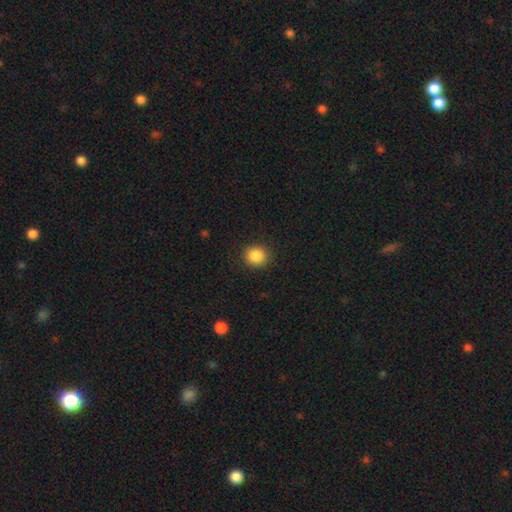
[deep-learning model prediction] Smooth or featured? smooth (87%)
How rounded? round (85%)
Merging? none (89%)